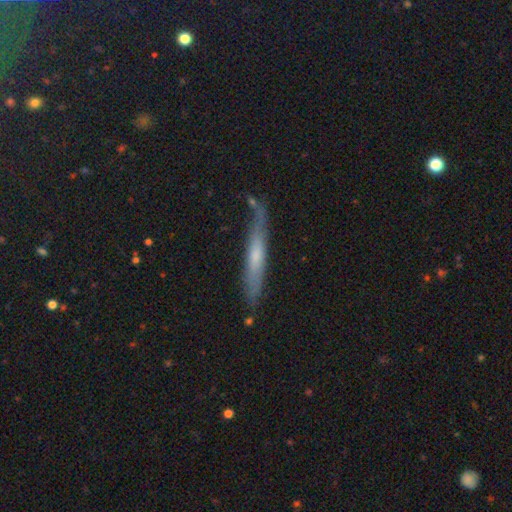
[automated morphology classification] A featured or disk galaxy (48%).

Vote fractions:
- Smooth or featured? featured or disk: 48% / smooth: 46% / star or artifact: 6%
- Merging? none: 75% / minor disturbance: 17% / merger: 4% / major disturbance: 4%